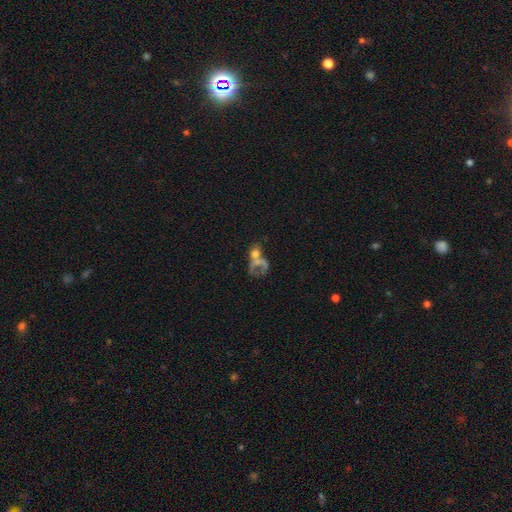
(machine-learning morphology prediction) featured or disk 43%, smooth 40%, star or artifact 17%. Down the decision tree: merging — merger (44%).